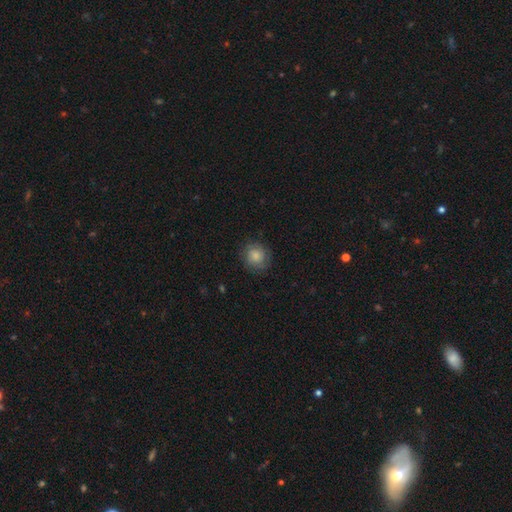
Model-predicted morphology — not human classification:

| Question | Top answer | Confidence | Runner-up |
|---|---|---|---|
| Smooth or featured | smooth | 68% | featured or disk (23%) |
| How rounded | round | 86% | in between (13%) |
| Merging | none | 81% | minor disturbance (13%) |